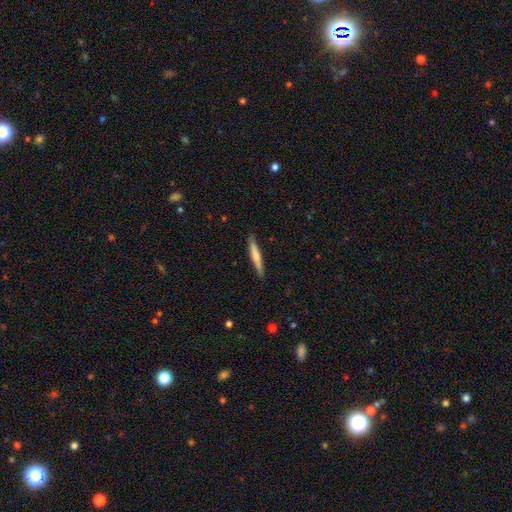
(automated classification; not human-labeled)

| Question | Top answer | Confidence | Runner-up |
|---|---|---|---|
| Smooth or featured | smooth | 66% | featured or disk (29%) |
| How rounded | cigar-shaped | 94% | in between (5%) |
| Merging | none | 86% | minor disturbance (11%) |